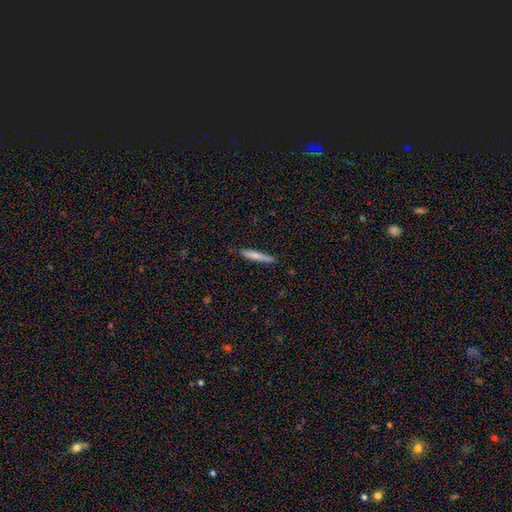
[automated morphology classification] Overall: smooth (72%). How rounded: cigar-shaped (93%). Merging: none (85%).